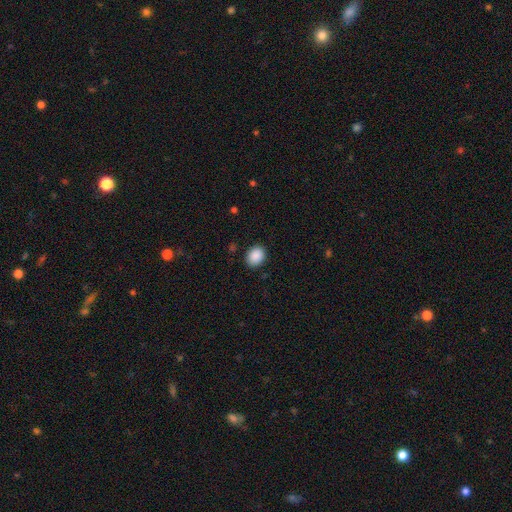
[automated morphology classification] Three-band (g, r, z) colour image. It shows a smooth galaxy with no disk features (89%) that is in between round and cigar-shaped (55%). Merging: none (88%).